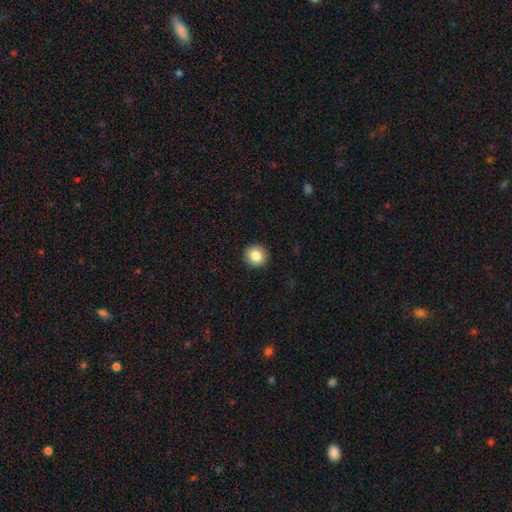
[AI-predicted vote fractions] A smooth galaxy with no disk features (86%) that is round (91%). Merging: none (93%).